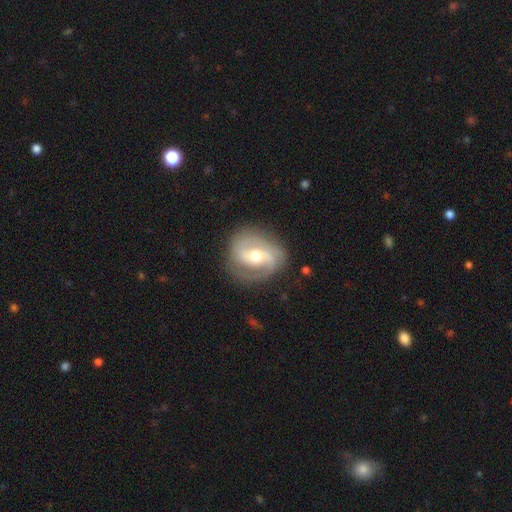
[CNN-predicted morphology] featured or disk 83%, smooth 12%, star or artifact 5%. Down the decision tree: edge-on disk — no (97%); bar — weak (44%); spiral arms — yes (93%); spiral arm count — 2 (77%); spiral winding — medium (44%); bulge size — moderate (71%); merging — none (78%).